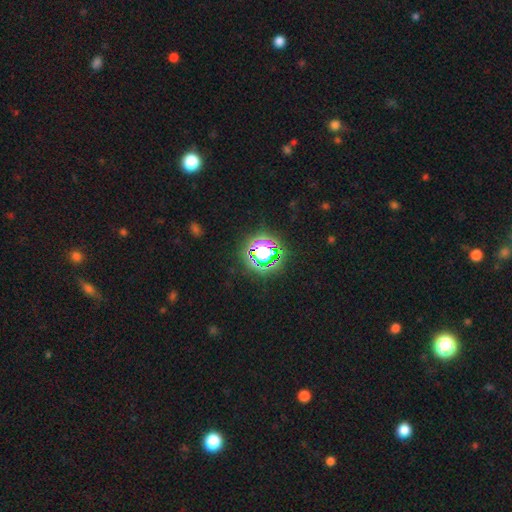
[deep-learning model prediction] This appears to be a star or artifact, not a galaxy (73%).